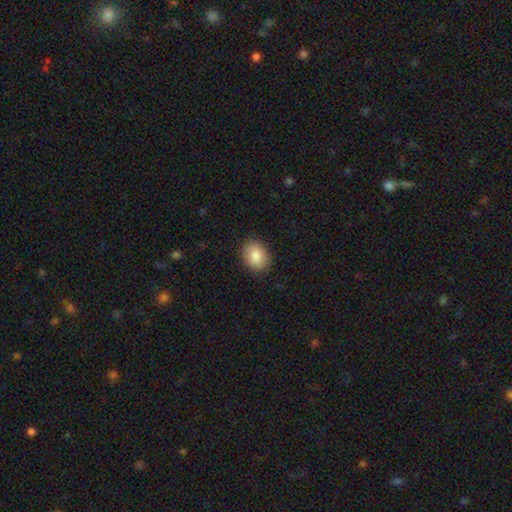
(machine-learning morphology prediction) Q: Smooth or featured?
A: smooth (86%); runner-up: star or artifact (8%)
Q: How rounded?
A: in between (52%); runner-up: round (47%)
Q: Merging?
A: none (88%); runner-up: minor disturbance (9%)